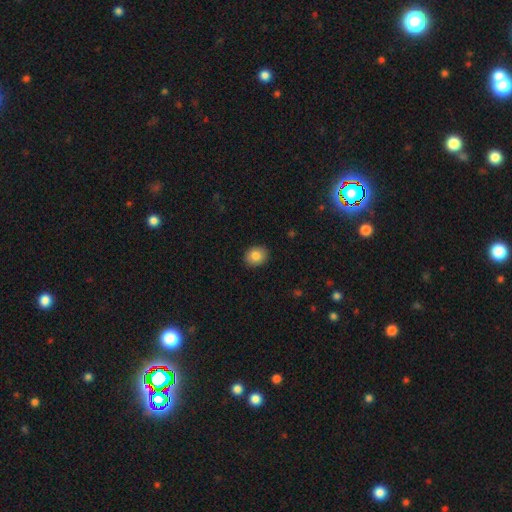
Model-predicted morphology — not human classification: This is clearly a smooth galaxy (84%). How rounded: likely round (61%). Merging: clearly none (90%).